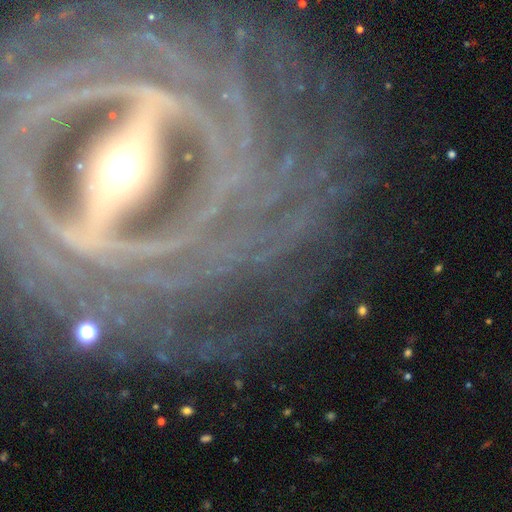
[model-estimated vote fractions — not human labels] This is clearly a featured or disk galaxy (87%). It is clearly not viewed edge-on (88%). Bar: likely strong (76%). Spiral arm pattern: clearly yes (92%). Spiral arm count: marginally can't tell (24%). Spiral winding: likely tight (71%). Central bulge: possibly moderate (51%). Merging: likely none (74%).